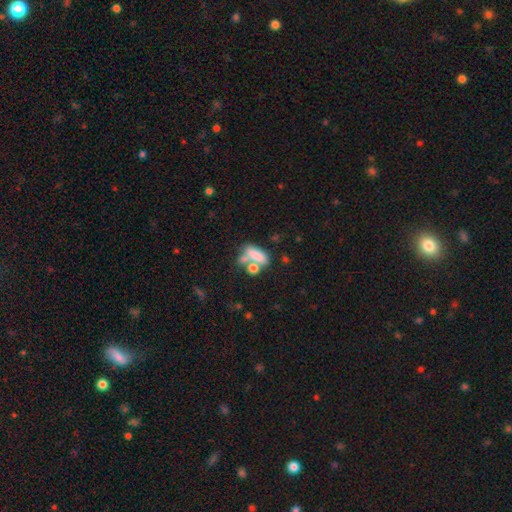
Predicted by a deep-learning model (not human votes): The model was most divided on "merging": merger: 48%, none: 30%, minor disturbance: 12%, major disturbance: 10%. More confident: how rounded — in between (75%); smooth or featured — smooth (71%).